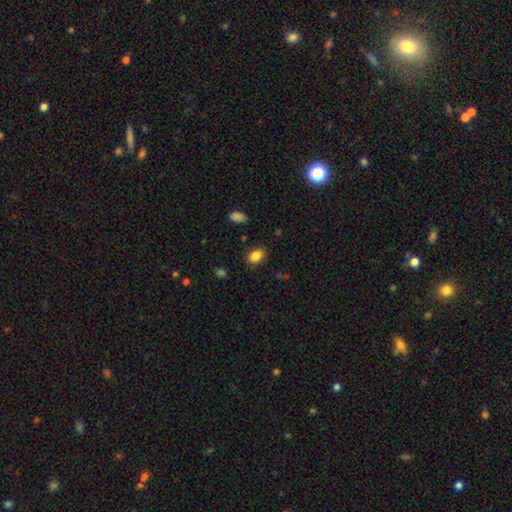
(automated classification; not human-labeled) smooth 86%, star or artifact 9%, featured or disk 5%. Down the decision tree: how rounded — in between (79%); merging — none (85%).